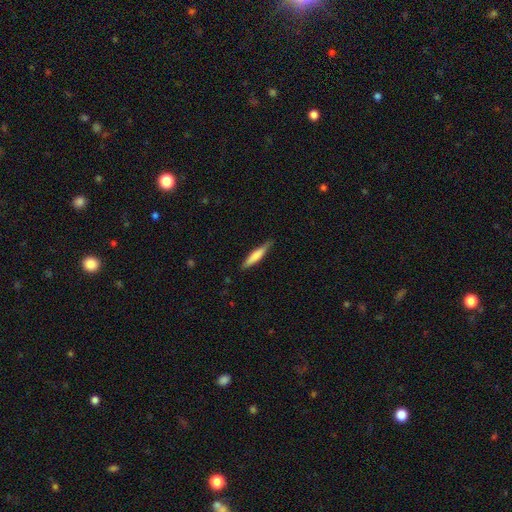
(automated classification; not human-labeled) A smooth galaxy with no disk features (70%) that is cigar-shaped (88%). Merging: none (81%).